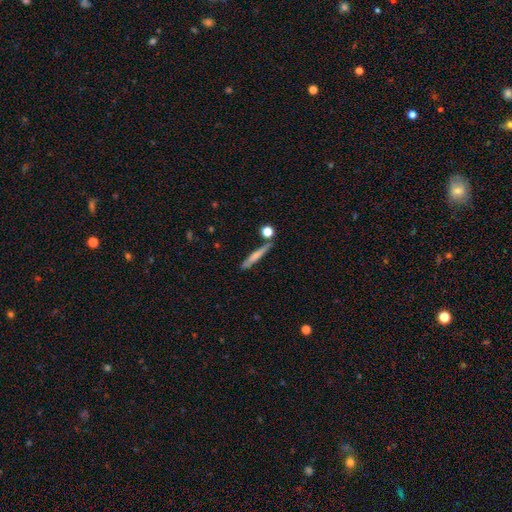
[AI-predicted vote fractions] Smooth or featured? Predicted: smooth (p=0.62). How rounded? Predicted: cigar-shaped (p=0.91). Merging? Predicted: none (p=0.74).